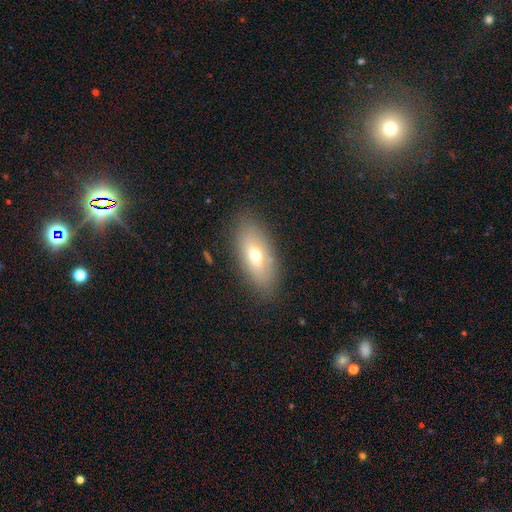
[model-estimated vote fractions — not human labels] Smooth or featured?
  - smooth: 63% *
  - featured or disk: 28%
  - star or artifact: 9%
How rounded?
  - in between: 83% *
  - cigar-shaped: 12%
  - round: 5%
Merging?
  - none: 83% *
  - minor disturbance: 11%
  - major disturbance: 4%
  - merger: 1%